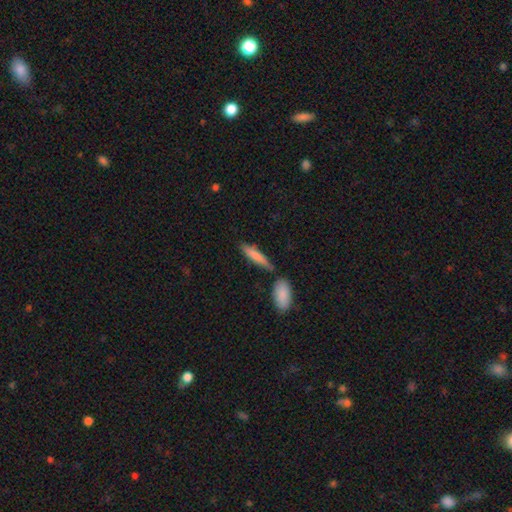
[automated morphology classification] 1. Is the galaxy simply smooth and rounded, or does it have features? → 79% smooth, 15% featured or disk, 6% star or artifact.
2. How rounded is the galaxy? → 78% cigar-shaped, 21% in between, 2% round.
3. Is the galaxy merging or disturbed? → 70% none, 13% merger, 13% minor disturbance, 3% major disturbance.